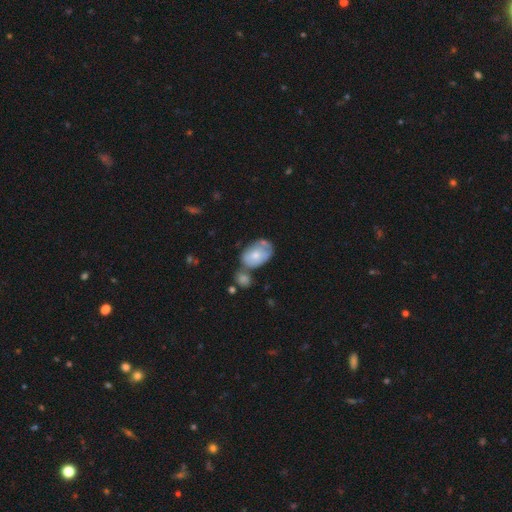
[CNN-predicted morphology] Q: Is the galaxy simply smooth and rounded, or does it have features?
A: smooth — 59%.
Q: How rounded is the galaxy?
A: in between — 85%.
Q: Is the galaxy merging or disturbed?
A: none — 32%.